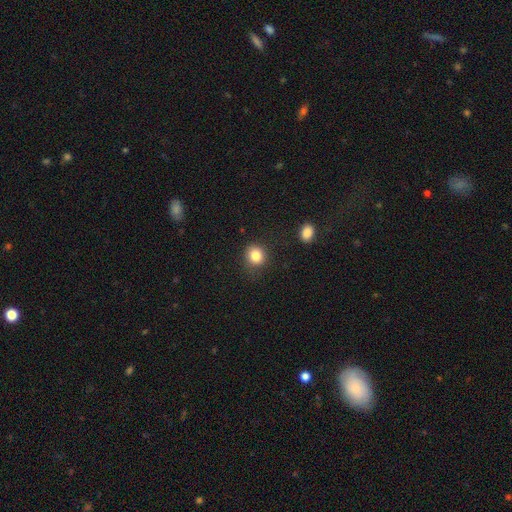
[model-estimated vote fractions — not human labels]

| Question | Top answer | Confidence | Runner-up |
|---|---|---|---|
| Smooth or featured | smooth | 84% | star or artifact (11%) |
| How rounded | round | 83% | in between (17%) |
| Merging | none | 82% | minor disturbance (12%) |